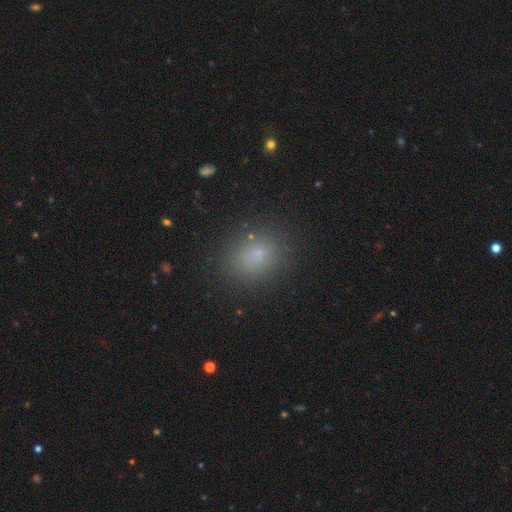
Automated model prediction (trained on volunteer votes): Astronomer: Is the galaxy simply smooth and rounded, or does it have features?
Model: smooth — 76%.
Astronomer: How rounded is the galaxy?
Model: round — 55% (runner-up: in between, 44%).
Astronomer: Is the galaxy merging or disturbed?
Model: none — 86%.